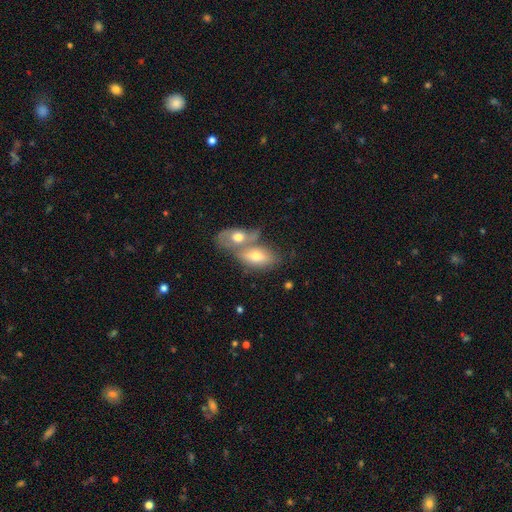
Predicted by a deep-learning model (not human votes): Smooth or featured? Predicted: smooth (p=0.62). How rounded? Predicted: in between (p=0.87). Merging? Predicted: merger (p=0.65).